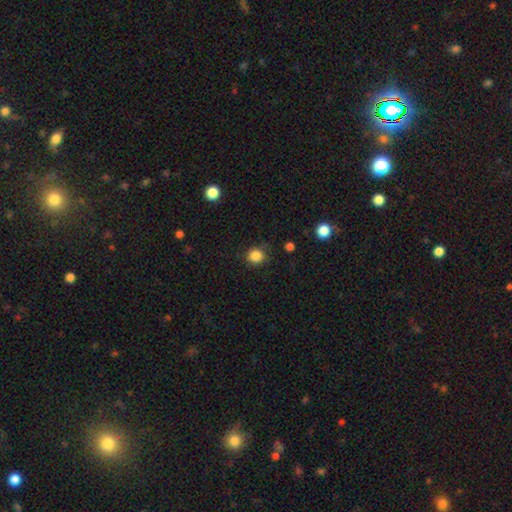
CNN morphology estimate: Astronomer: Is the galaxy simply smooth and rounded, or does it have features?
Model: smooth — 85%.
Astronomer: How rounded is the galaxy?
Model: round — 89%.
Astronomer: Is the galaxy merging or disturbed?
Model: none — 84%.